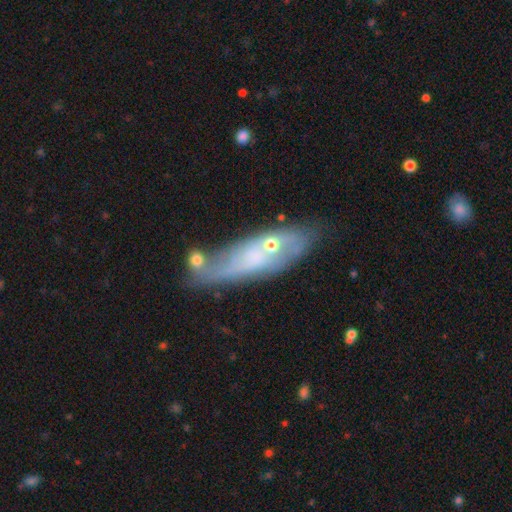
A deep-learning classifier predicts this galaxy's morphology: Smooth or featured? Predicted: featured or disk (p=0.56). Edge-on disk? Predicted: no (p=0.68). Merging? Predicted: none (p=0.46).